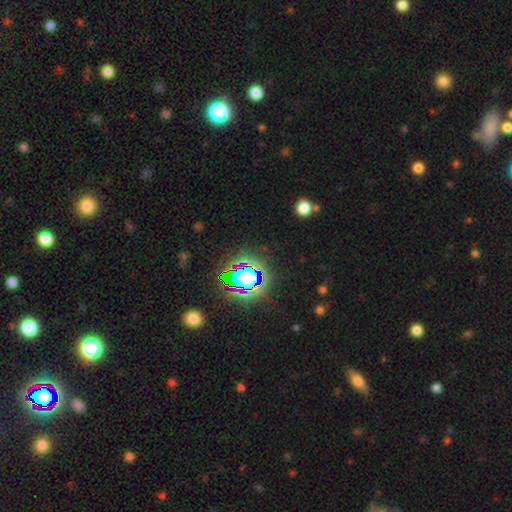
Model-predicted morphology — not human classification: This appears to be a star or artifact, not a galaxy (80%).